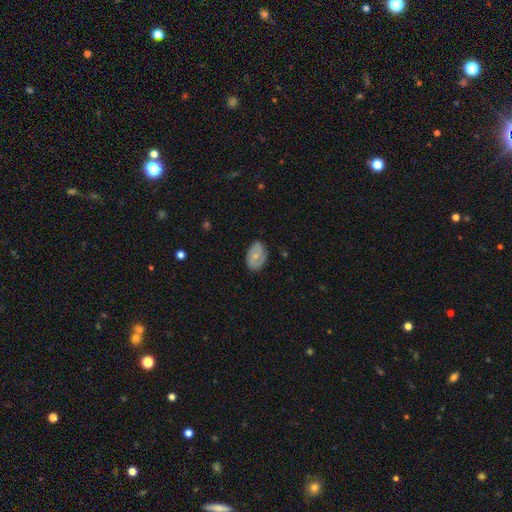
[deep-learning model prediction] This is possibly a featured or disk galaxy (54%). It is clearly not viewed edge-on (96%). Bar: possibly no (59%). Spiral arm pattern: clearly yes (84%). Central bulge: possibly small (60%). Merging: likely none (74%).